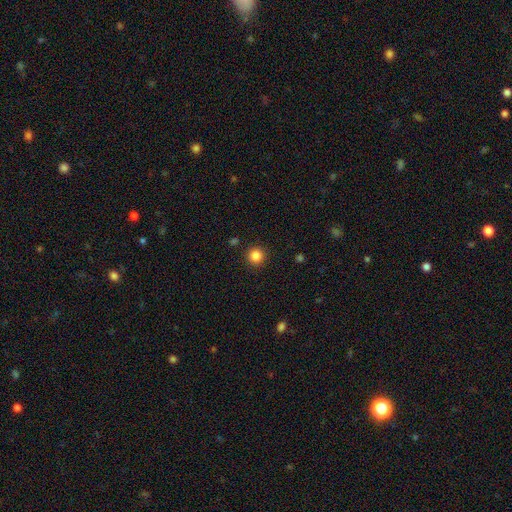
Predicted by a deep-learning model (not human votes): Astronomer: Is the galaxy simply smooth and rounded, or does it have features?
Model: smooth — 85%.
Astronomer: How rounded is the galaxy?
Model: round — 95%.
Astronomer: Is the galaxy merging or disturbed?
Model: none — 91%.